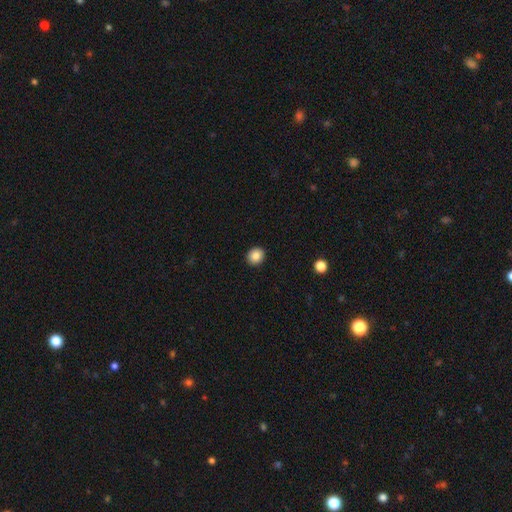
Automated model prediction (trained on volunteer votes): smooth-or-featured: smooth: 86% | star or artifact: 9% | featured or disk: 5%
  how-rounded: round: 82% | in between: 17% | cigar-shaped: 1%
  merging: none: 92% | minor disturbance: 5% | major disturbance: 2% | merger: 1%